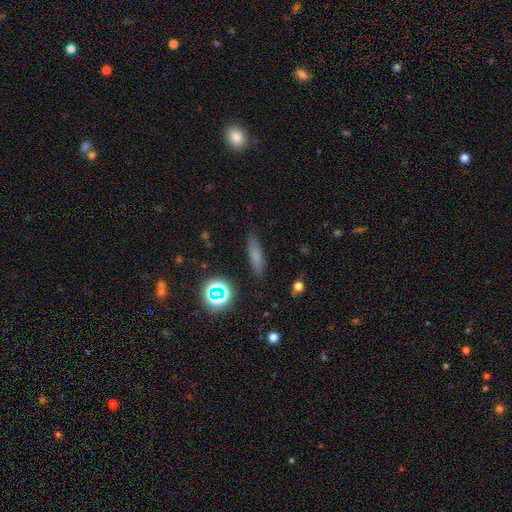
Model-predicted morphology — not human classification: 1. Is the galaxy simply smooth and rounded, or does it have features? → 72% smooth, 15% star or artifact, 13% featured or disk.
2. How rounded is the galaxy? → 68% cigar-shaped, 28% in between, 5% round.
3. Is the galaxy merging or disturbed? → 83% none, 12% minor disturbance, 3% major disturbance, 2% merger.